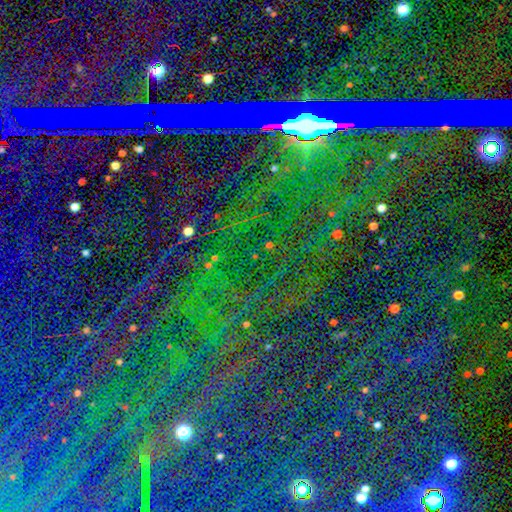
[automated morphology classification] Smooth or featured?
  - star or artifact: 88% *
  - smooth: 6%
  - featured or disk: 6%